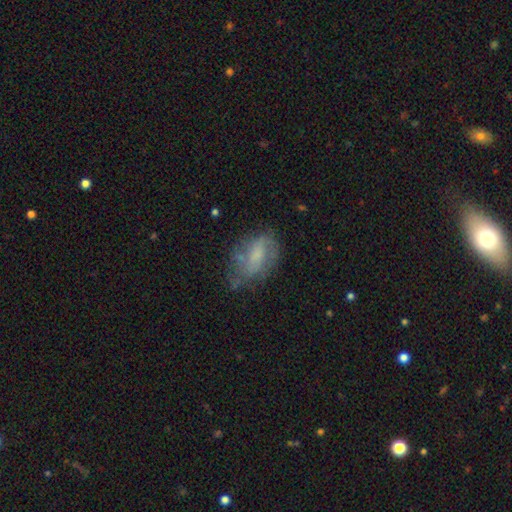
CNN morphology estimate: Q: Smooth or featured?
A: featured or disk (50%); runner-up: smooth (41%)
Q: Merging?
A: none (52%); runner-up: minor disturbance (28%)